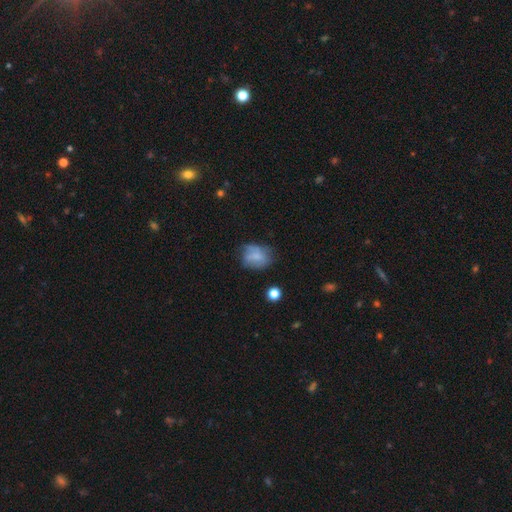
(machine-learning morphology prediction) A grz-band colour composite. It shows a smooth galaxy with no disk features (64%) that is in between round and cigar-shaped (63%). Merging: none (47%).